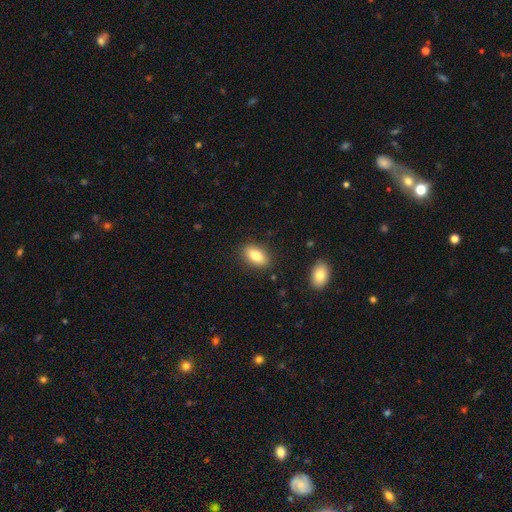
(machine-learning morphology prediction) smooth 80%, featured or disk 13%, star or artifact 7%. Down the decision tree: how rounded — in between (87%); merging — none (87%).